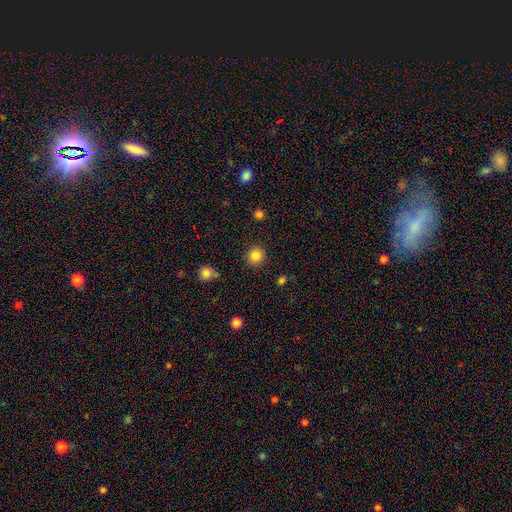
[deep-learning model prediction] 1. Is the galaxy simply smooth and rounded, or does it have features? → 85% smooth, 11% star or artifact, 4% featured or disk.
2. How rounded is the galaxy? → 91% round, 8% in between, 1% cigar-shaped.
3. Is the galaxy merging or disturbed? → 89% none, 7% minor disturbance, 2% major disturbance, 2% merger.